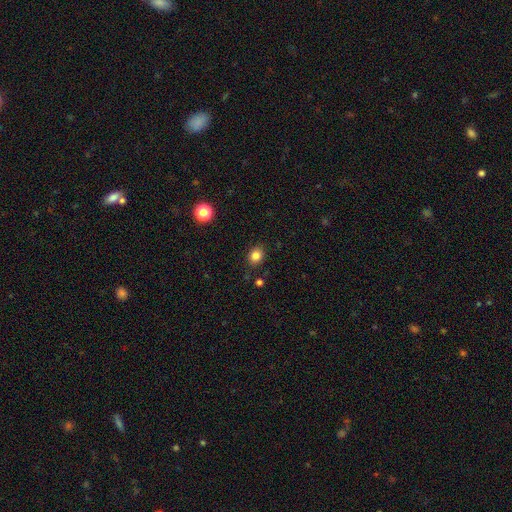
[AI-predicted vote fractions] Overall: smooth (83%). How rounded: round (58%; in between 42%). Merging: none (86%).